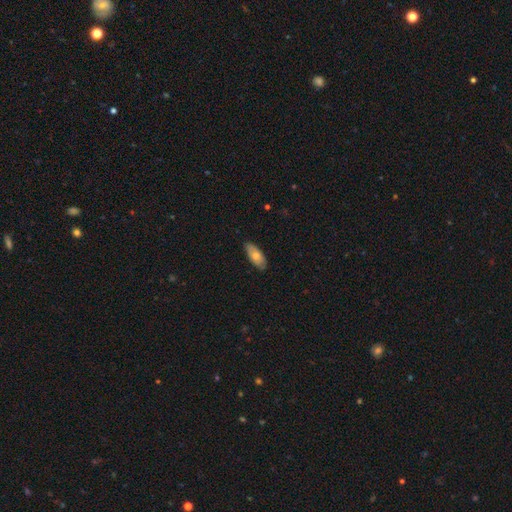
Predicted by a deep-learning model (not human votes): Smooth or featured? Predicted: smooth (p=0.65). How rounded? Predicted: in between (p=0.85). Merging? Predicted: none (p=0.82).